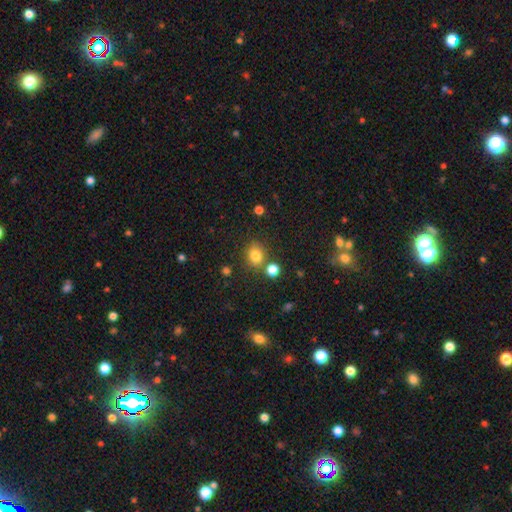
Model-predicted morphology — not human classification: Smooth or featured: smooth — 80% (star or artifact — 14%)
How rounded: round — 66% (in between — 33%)
Merging: none — 74% (merger — 12%)